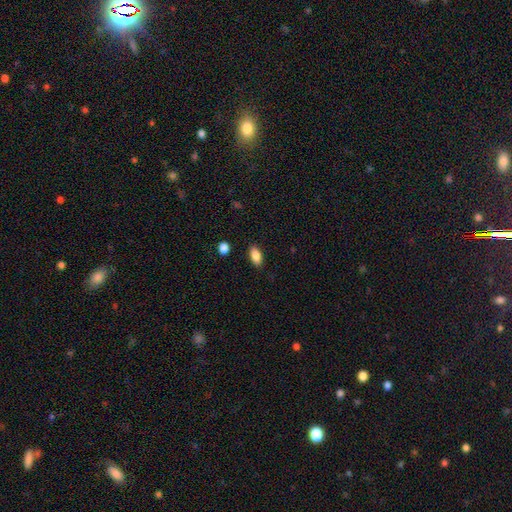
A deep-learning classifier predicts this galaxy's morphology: This appears to be a smooth galaxy with no disk features (86%) that is in between round and cigar-shaped (90%). Merging: none (88%).